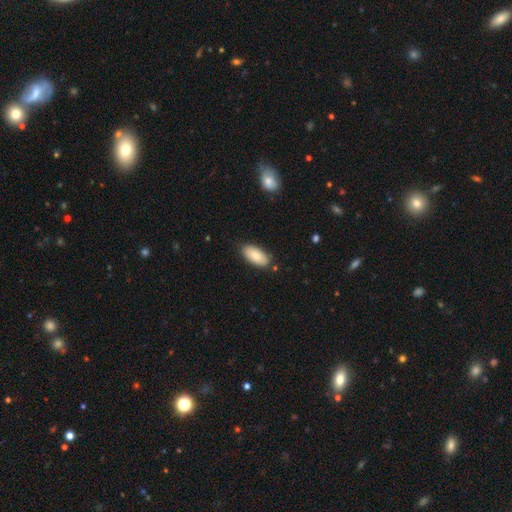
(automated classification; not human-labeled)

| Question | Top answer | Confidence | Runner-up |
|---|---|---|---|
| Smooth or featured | smooth | 85% | featured or disk (9%) |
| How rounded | in between | 92% | cigar-shaped (6%) |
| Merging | none | 83% | minor disturbance (13%) |